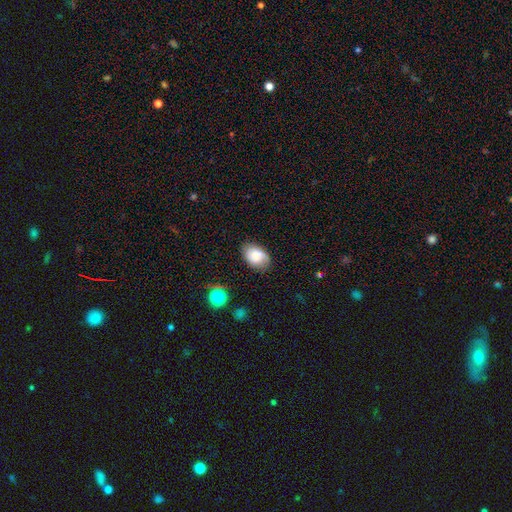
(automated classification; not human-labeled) The model was most divided on "smooth or featured": smooth: 71%, featured or disk: 20%, star or artifact: 9%. More confident: how rounded — in between (85%); merging — none (73%).